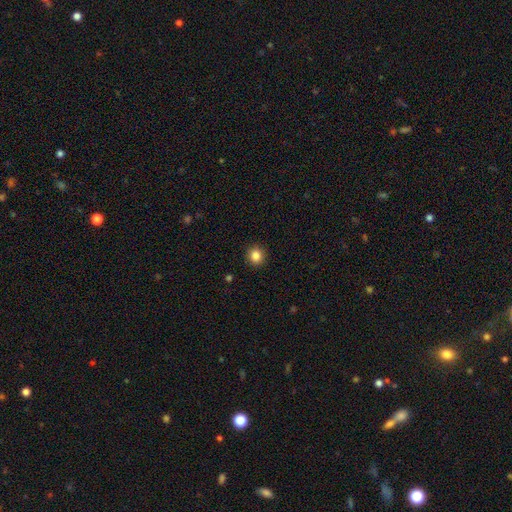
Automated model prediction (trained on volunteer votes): This appears to be a smooth galaxy with no disk features (85%) that is round (92%). Merging: none (92%).